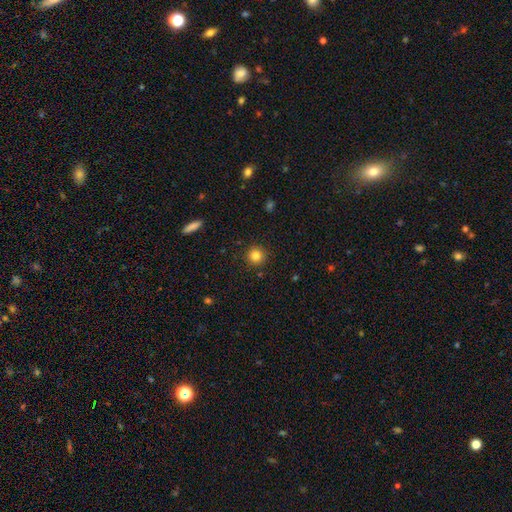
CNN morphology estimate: Smooth or featured? smooth (83%)
How rounded? round (94%)
Merging? none (91%)